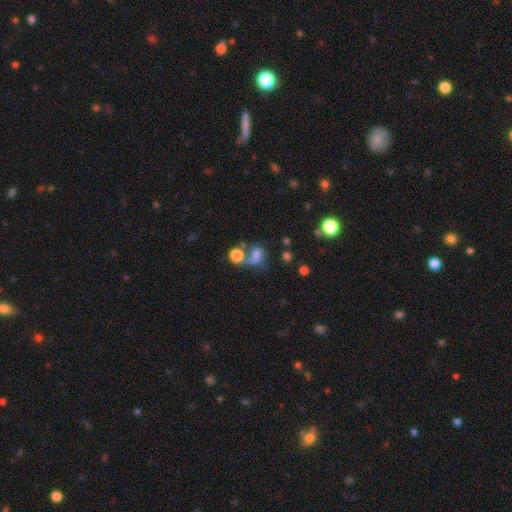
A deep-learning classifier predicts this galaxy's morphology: smooth_or_featured: smooth (p=0.61) [alt: featured or disk p=0.21]
how_rounded: in between (p=0.55) [alt: round p=0.43]
merging: merger (p=0.37) [alt: none p=0.29]